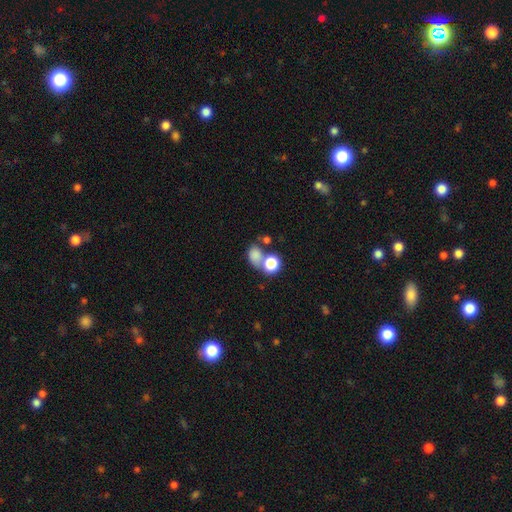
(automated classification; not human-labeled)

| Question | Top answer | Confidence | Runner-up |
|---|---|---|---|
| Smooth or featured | smooth | 76% | star or artifact (13%) |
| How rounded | round | 55% | in between (44%) |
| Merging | merger | 46% | none (35%) |